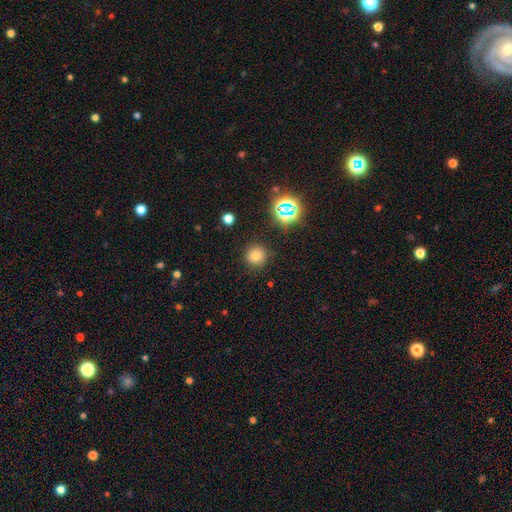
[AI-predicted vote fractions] A smooth galaxy with no disk features (74%) that is round (94%).

Vote fractions:
- Smooth or featured? smooth: 74% / star or artifact: 19% / featured or disk: 6%
- How rounded? round: 94% / in between: 5% / cigar-shaped: 1%
- Merging? none: 88% / minor disturbance: 8% / major disturbance: 3% / merger: 2%